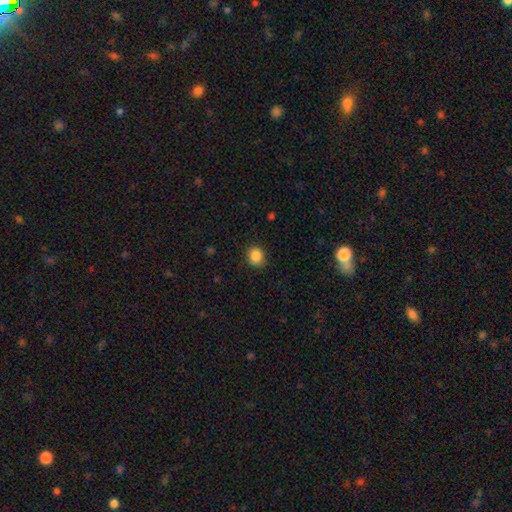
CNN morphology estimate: smooth_or_featured: smooth (p=0.87) [alt: star or artifact p=0.10]
how_rounded: round (p=0.77) [alt: in between p=0.22]
merging: none (p=0.87) [alt: minor disturbance p=0.09]